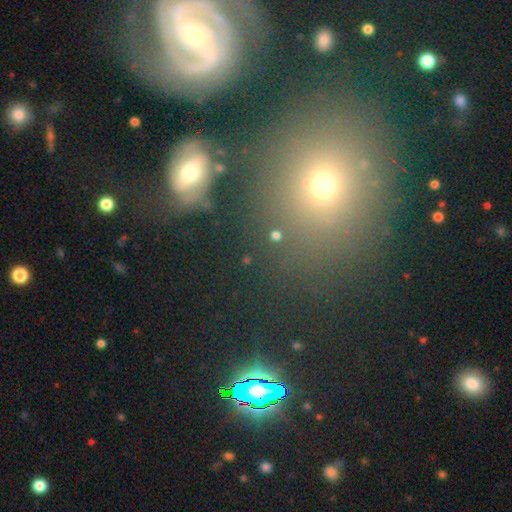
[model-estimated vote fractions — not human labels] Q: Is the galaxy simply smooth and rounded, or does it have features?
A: smooth — 35%, tied with featured or disk.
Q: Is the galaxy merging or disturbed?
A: none — 75%.